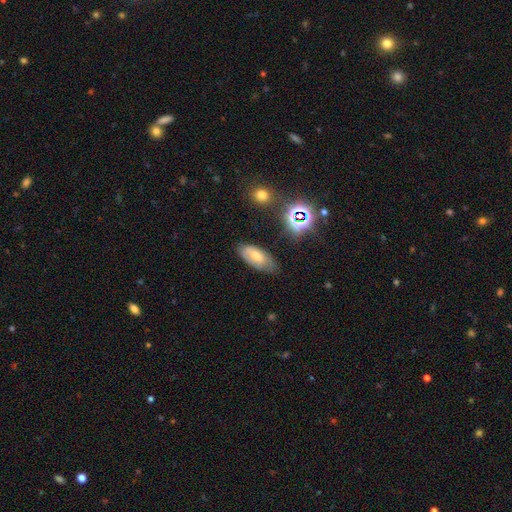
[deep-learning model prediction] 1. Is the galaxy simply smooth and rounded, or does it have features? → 51% smooth, 37% featured or disk, 13% star or artifact.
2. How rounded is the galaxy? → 90% in between, 7% cigar-shaped, 3% round.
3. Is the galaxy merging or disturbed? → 67% none, 25% minor disturbance, 6% major disturbance, 2% merger.